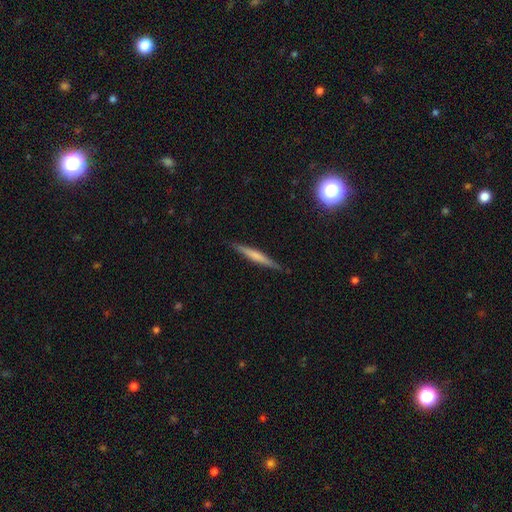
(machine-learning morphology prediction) Smooth or featured? smooth (47%)
Merging? none (89%)